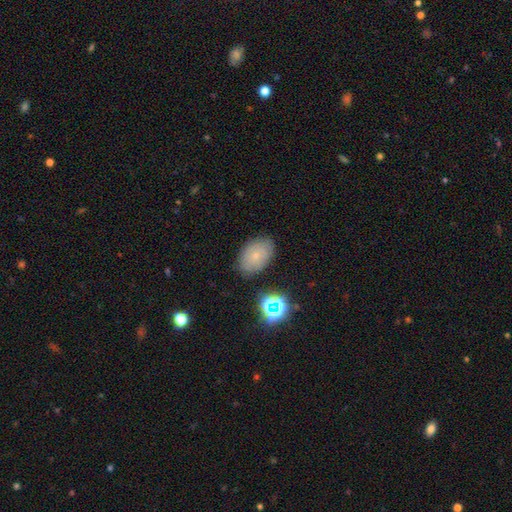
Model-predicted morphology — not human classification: smooth-or-featured: smooth: 62% | featured or disk: 24% | star or artifact: 14%
  how-rounded: in between: 83% | round: 16% | cigar-shaped: 1%
  merging: none: 80% | minor disturbance: 14% | major disturbance: 4% | merger: 2%